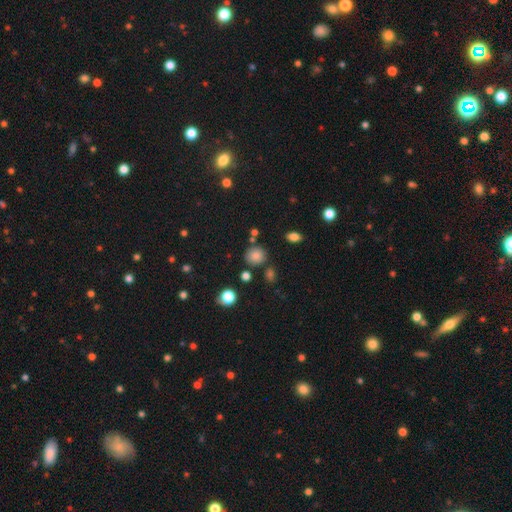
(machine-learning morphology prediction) smooth 82%, star or artifact 13%, featured or disk 6%. Down the decision tree: how rounded — round (83%); merging — none (78%).